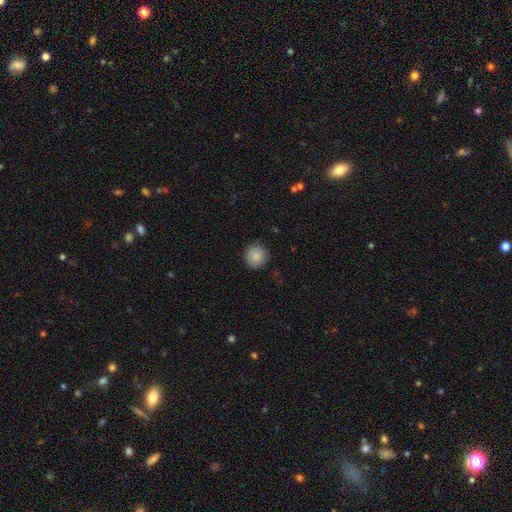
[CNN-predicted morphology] A smooth galaxy with no disk features (87%) that is round (95%). Merging: none (89%).